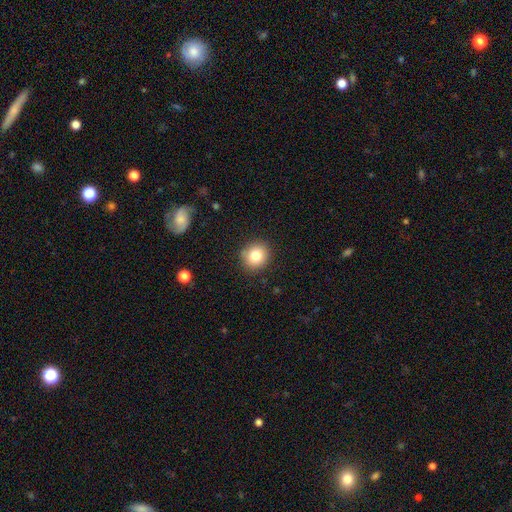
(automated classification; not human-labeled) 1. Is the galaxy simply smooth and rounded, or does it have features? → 81% smooth, 11% star or artifact, 9% featured or disk.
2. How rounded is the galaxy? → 87% round, 12% in between, 1% cigar-shaped.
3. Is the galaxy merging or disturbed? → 88% none, 8% minor disturbance, 2% major disturbance, 1% merger.